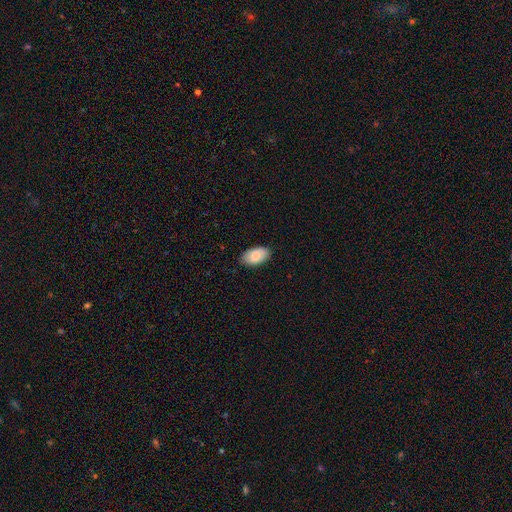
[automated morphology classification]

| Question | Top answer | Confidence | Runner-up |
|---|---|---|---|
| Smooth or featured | smooth | 83% | featured or disk (11%) |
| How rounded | in between | 95% | round (3%) |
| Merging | none | 87% | minor disturbance (10%) |